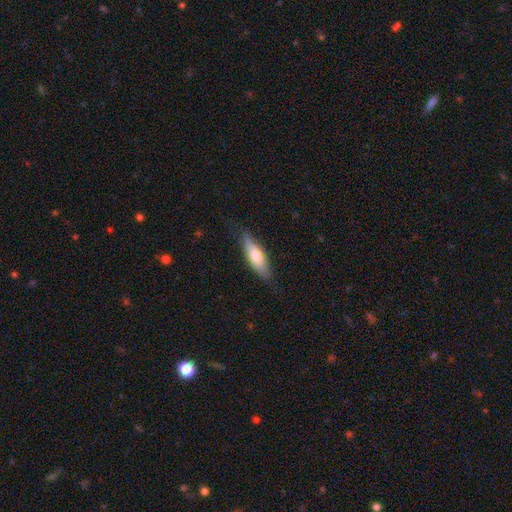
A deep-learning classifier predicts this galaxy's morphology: This is likely a smooth galaxy (65%). How rounded: possibly in between (56%). Merging: likely none (74%).